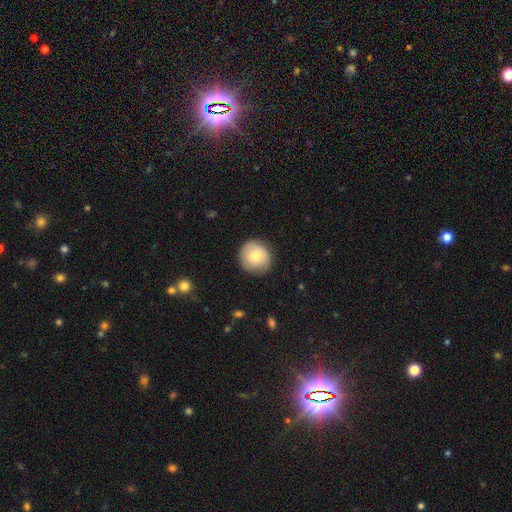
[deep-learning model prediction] A smooth galaxy with no disk features (79%) that is round (91%). Merging: none (86%).